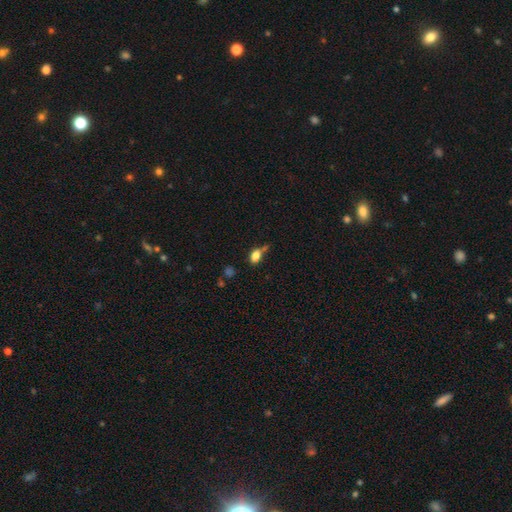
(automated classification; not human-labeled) A smooth galaxy with no disk features (79%) that is in between round and cigar-shaped (80%). Merging: none (46%).